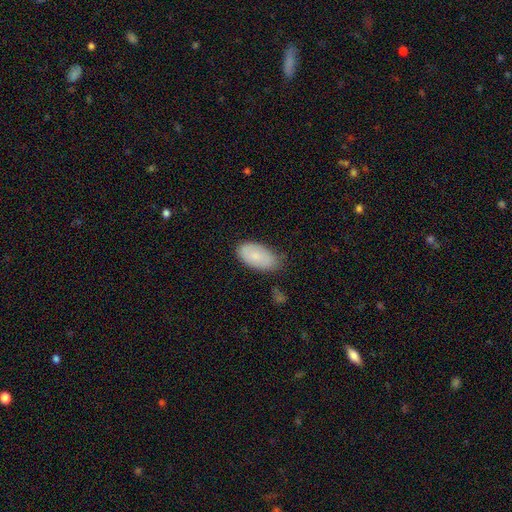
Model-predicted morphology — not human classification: Smooth or featured: smooth — 81% (featured or disk — 13%)
How rounded: in between — 95% (round — 3%)
Merging: none — 64% (minor disturbance — 29%)